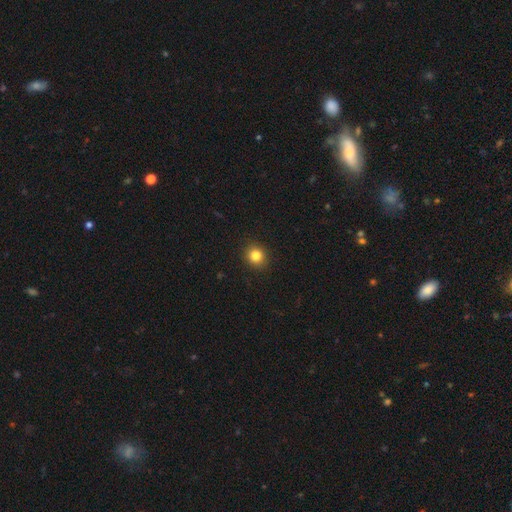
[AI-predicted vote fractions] Overall: smooth (83%). How rounded: round (84%). Merging: none (92%).